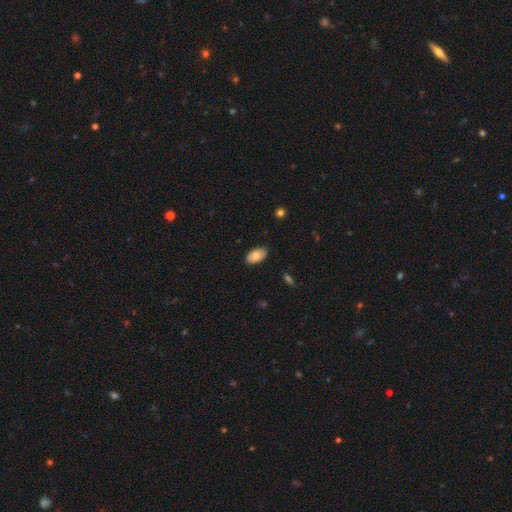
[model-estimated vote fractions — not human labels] smooth 74%, featured or disk 19%, star or artifact 6%. Down the decision tree: how rounded — in between (95%); merging — none (86%).